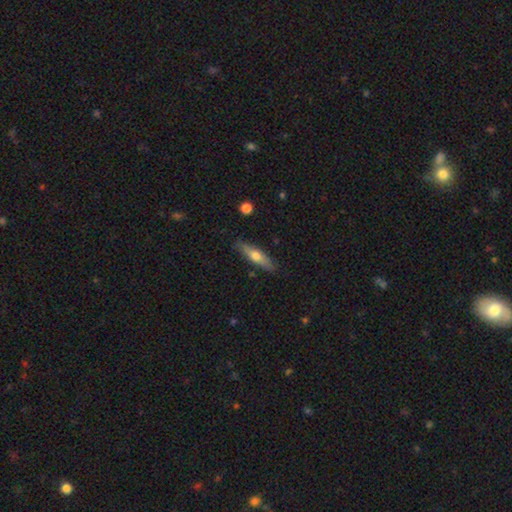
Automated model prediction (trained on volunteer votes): smooth_or_featured: smooth (p=0.49) [alt: featured or disk p=0.45]
merging: none (p=0.87) [alt: minor disturbance p=0.10]